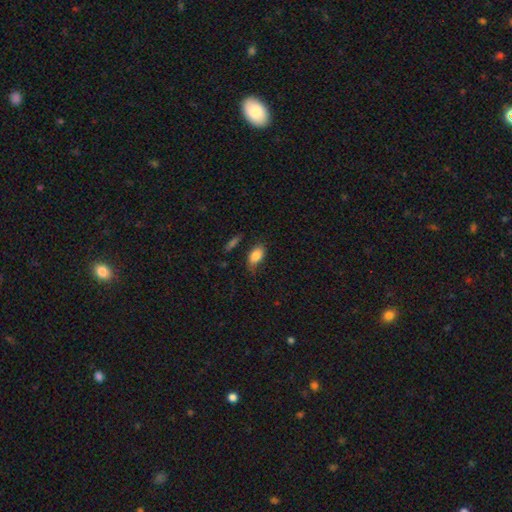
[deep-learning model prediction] Smooth or featured? smooth (83%)
How rounded? in between (89%)
Merging? none (63%)